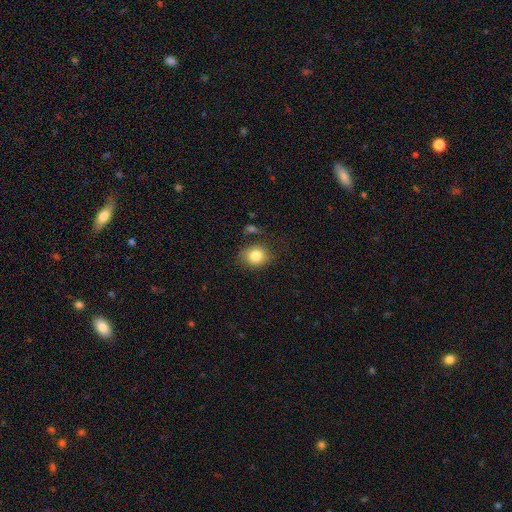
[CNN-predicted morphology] A smooth galaxy with no disk features (82%) that is round (58%). Merging: none (74%).